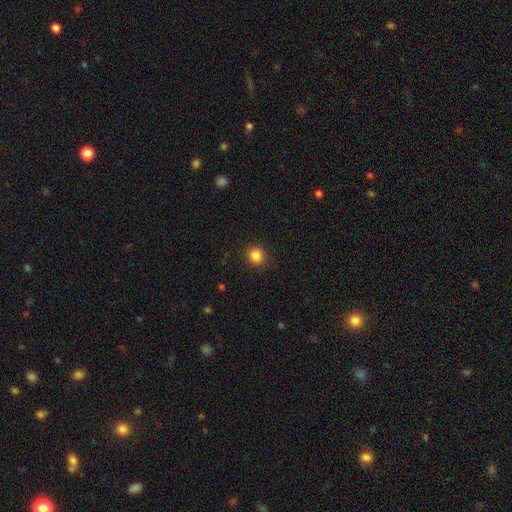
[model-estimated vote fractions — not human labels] This appears to be a smooth galaxy with no disk features (86%) that is round (83%). Merging: none (89%).